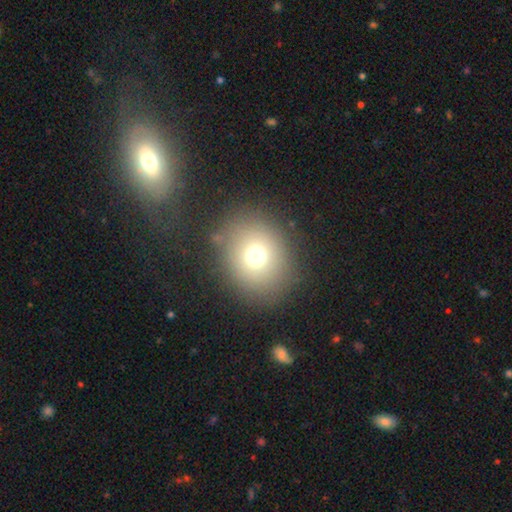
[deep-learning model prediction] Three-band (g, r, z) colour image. It shows a smooth galaxy with no disk features (71%) that is round (70%). Merging: none (80%).